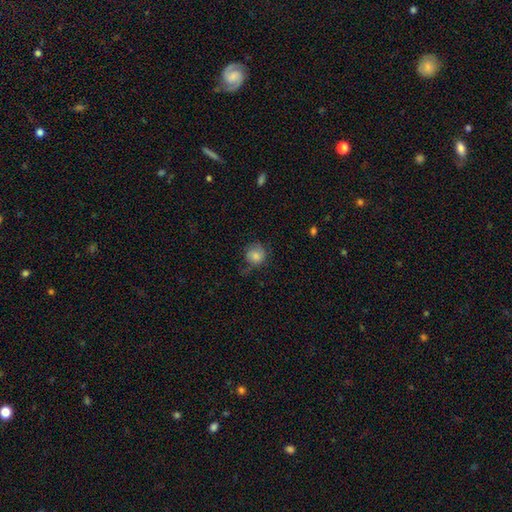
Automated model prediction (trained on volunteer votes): smooth-or-featured: smooth: 77% | featured or disk: 15% | star or artifact: 8%
  how-rounded: round: 81% | in between: 18% | cigar-shaped: 1%
  merging: none: 54% | minor disturbance: 29% | major disturbance: 16% | merger: 2%